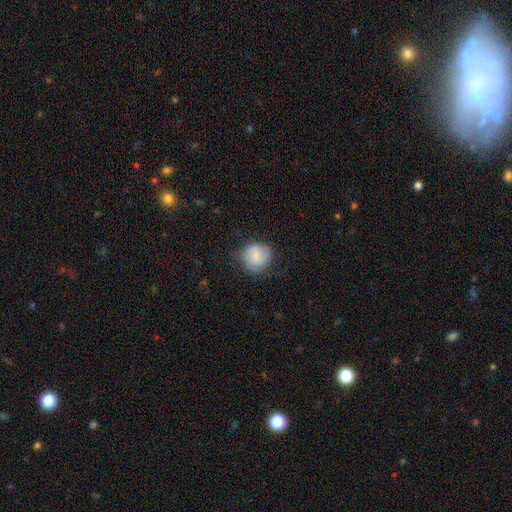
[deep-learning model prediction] smooth_or_featured: smooth (p=0.78) [alt: featured or disk p=0.15]
how_rounded: round (p=0.84) [alt: in between p=0.15]
merging: none (p=0.66) [alt: minor disturbance p=0.25]